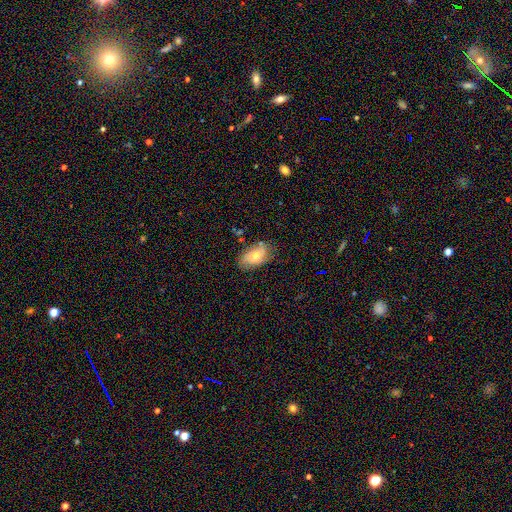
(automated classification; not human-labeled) Morphology: type=smooth (48%); merging=none (73%).